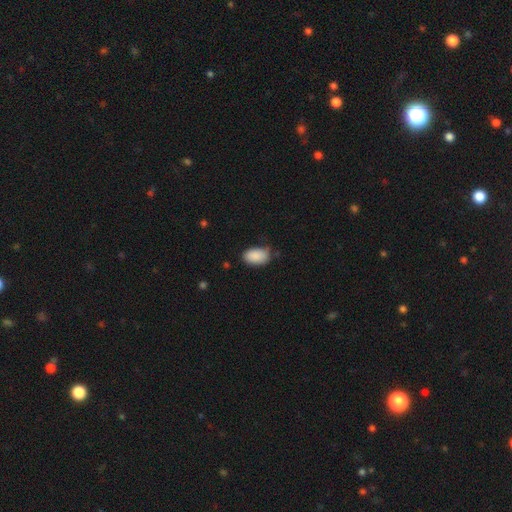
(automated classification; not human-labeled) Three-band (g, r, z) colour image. It shows a smooth galaxy with no disk features (89%) that is in between round and cigar-shaped (93%). Merging: none (67%).